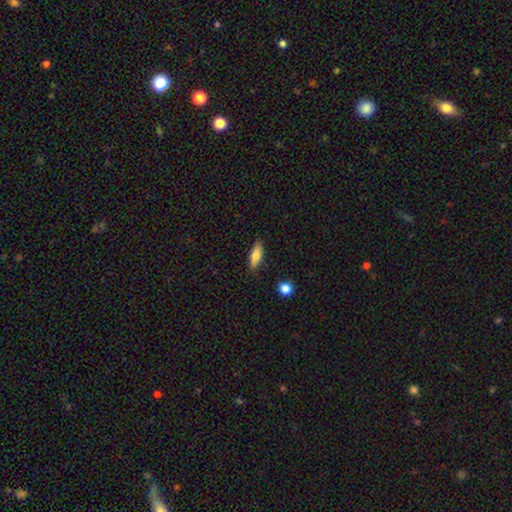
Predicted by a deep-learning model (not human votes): Smooth or featured?
  - smooth: 79% *
  - featured or disk: 14%
  - star or artifact: 7%
How rounded?
  - in between: 62% *
  - cigar-shaped: 35%
  - round: 3%
Merging?
  - none: 84% *
  - minor disturbance: 11%
  - major disturbance: 2%
  - merger: 2%